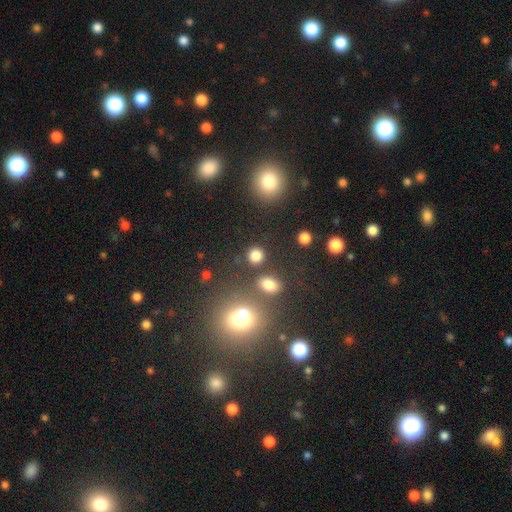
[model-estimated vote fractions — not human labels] Overall: smooth (79%). How rounded: round (82%). Merging: none (81%).